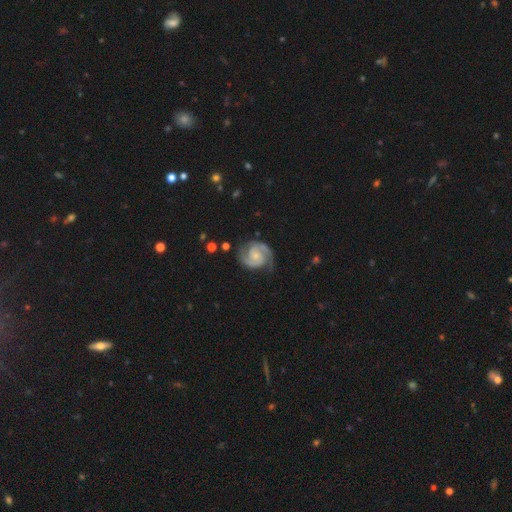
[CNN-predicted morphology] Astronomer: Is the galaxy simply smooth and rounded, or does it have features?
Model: featured or disk — 91%.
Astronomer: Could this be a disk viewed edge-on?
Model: no — 98%.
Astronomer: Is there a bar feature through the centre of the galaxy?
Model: no — 63%.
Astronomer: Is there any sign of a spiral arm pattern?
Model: yes — 98%.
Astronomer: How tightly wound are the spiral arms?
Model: medium — 47% (runner-up: tight, 45%).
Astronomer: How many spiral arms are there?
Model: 2 — 92%.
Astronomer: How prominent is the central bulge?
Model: small — 63%.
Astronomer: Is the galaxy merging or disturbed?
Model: none — 79%.